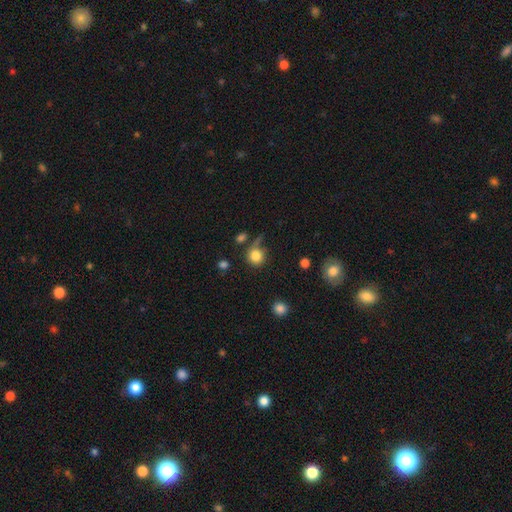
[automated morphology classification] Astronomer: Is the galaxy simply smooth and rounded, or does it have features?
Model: smooth — 82%.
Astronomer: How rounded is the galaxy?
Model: round — 89%.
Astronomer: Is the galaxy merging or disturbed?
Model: none — 64%.